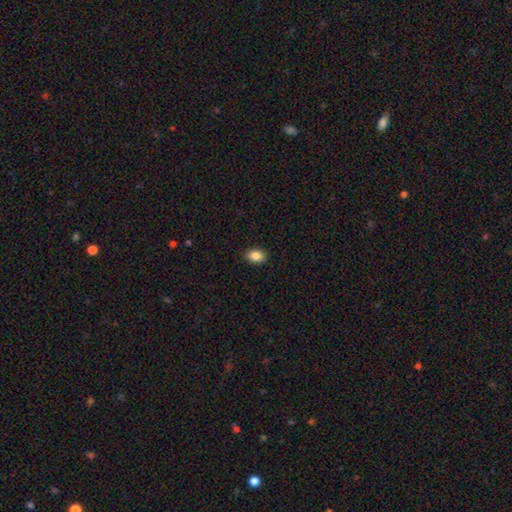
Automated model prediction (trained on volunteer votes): Smooth or featured?
  - smooth: 86% *
  - star or artifact: 9%
  - featured or disk: 5%
How rounded?
  - in between: 77% *
  - round: 21%
  - cigar-shaped: 1%
Merging?
  - none: 89% *
  - minor disturbance: 8%
  - major disturbance: 2%
  - merger: 1%